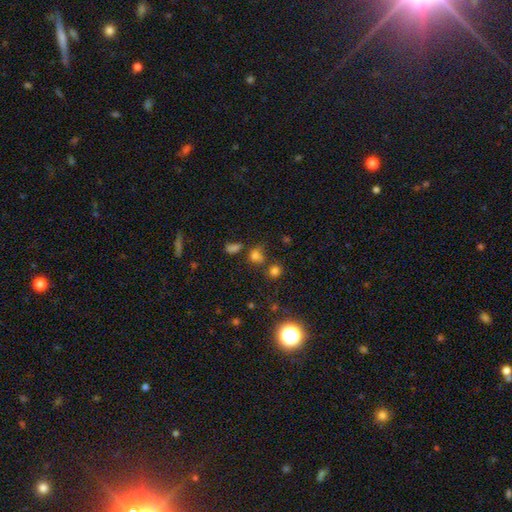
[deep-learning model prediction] smooth_or_featured: smooth (p=0.63) [alt: star or artifact p=0.28]
how_rounded: round (p=0.62) [alt: in between p=0.36]
merging: none (p=0.51) [alt: merger p=0.24]